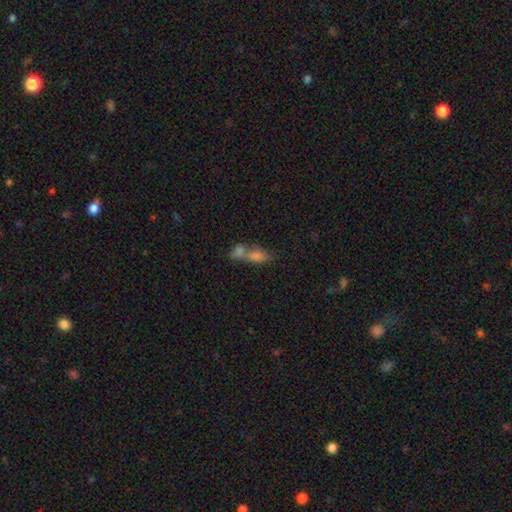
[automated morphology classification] Smooth or featured?
  - smooth: 68% *
  - featured or disk: 18%
  - star or artifact: 14%
How rounded?
  - in between: 72% *
  - cigar-shaped: 16%
  - round: 12%
Merging?
  - merger: 64% *
  - none: 24%
  - minor disturbance: 7%
  - major disturbance: 5%